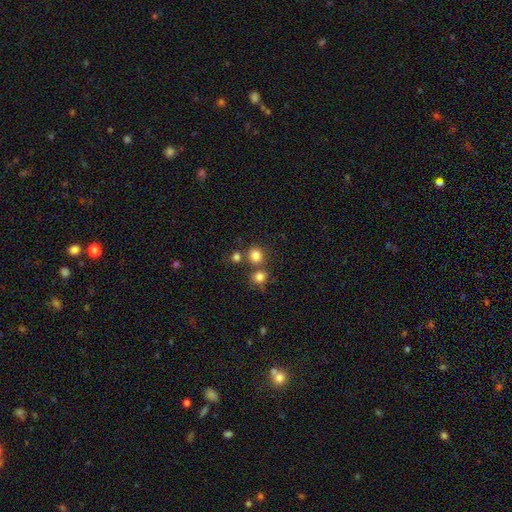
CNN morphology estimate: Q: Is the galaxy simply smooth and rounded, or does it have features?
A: smooth — 80%.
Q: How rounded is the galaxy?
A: round — 83%.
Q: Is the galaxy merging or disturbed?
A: none — 64%.